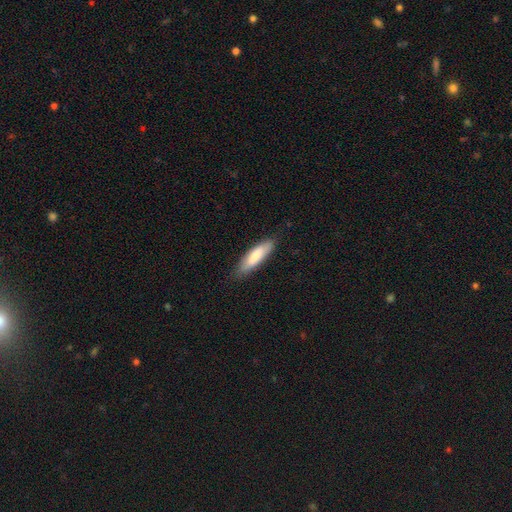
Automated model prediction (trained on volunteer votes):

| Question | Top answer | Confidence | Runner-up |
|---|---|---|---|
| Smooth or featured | smooth | 78% | featured or disk (17%) |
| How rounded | cigar-shaped | 63% | in between (36%) |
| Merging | none | 81% | minor disturbance (15%) |